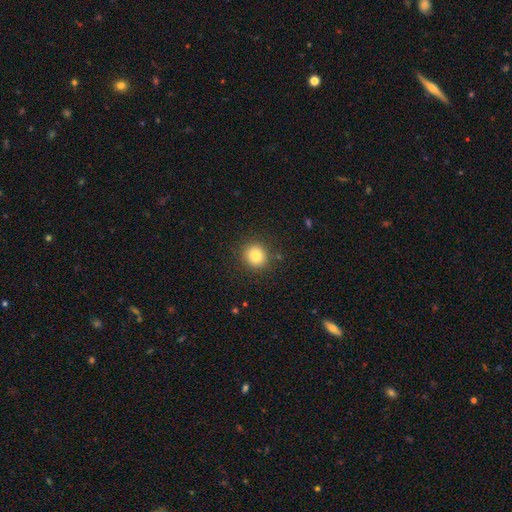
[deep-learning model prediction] smooth_or_featured: smooth (p=0.81) [alt: star or artifact p=0.11]
how_rounded: round (p=0.90) [alt: in between p=0.09]
merging: none (p=0.89) [alt: minor disturbance p=0.07]